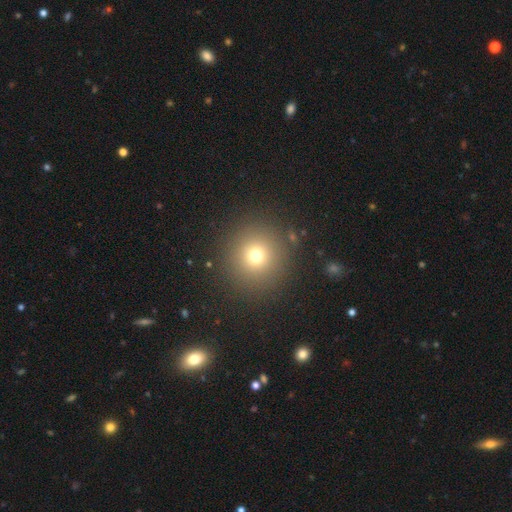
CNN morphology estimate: smooth_or_featured: smooth (p=0.72) [alt: star or artifact p=0.18]
how_rounded: round (p=0.95) [alt: in between p=0.04]
merging: none (p=0.89) [alt: minor disturbance p=0.06]